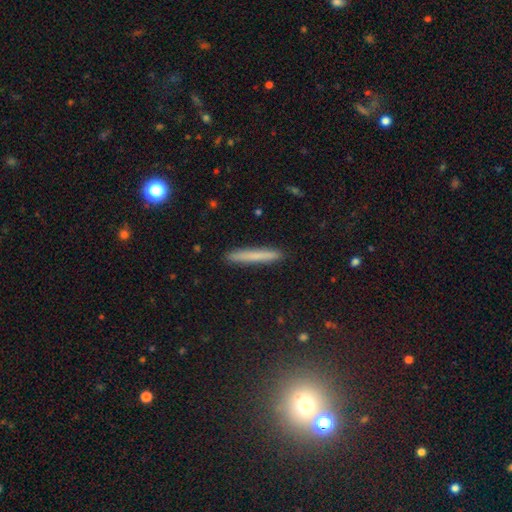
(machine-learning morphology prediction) smooth_or_featured: smooth (p=0.70) [alt: featured or disk p=0.21]
how_rounded: cigar-shaped (p=0.96) [alt: in between p=0.02]
merging: none (p=0.91) [alt: minor disturbance p=0.06]